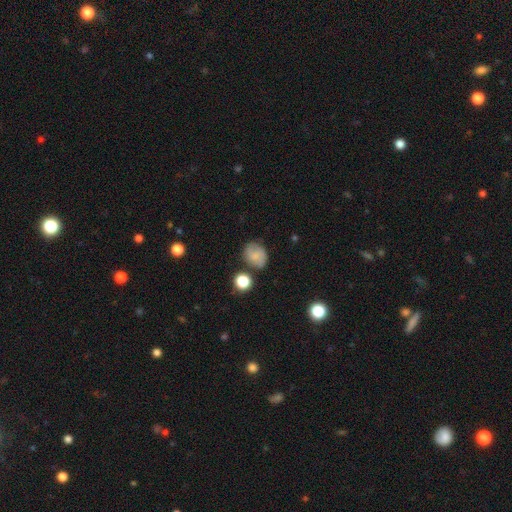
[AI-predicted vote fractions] The model was most divided on "how rounded": round: 55%, in between: 44%, cigar-shaped: 1%. More confident: merging — none (70%); smooth or featured — smooth (66%).